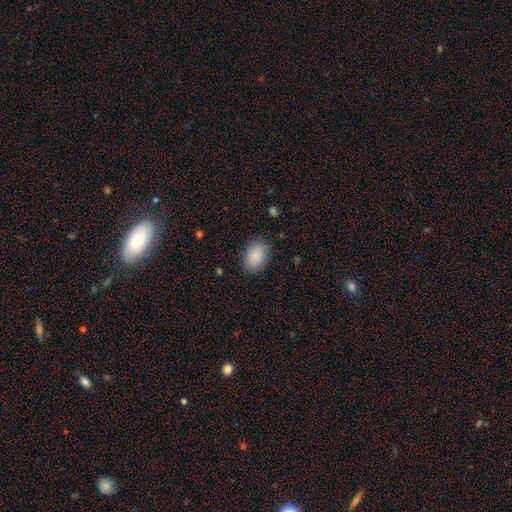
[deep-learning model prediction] Smooth or featured: smooth — 89% (star or artifact — 7%)
How rounded: in between — 84% (round — 15%)
Merging: none — 84% (minor disturbance — 12%)